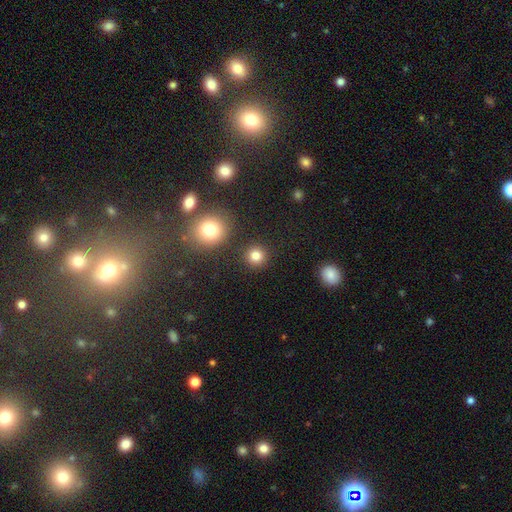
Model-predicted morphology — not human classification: Smooth or featured: smooth — 82% (star or artifact — 13%)
How rounded: round — 93% (in between — 6%)
Merging: none — 88% (minor disturbance — 5%)